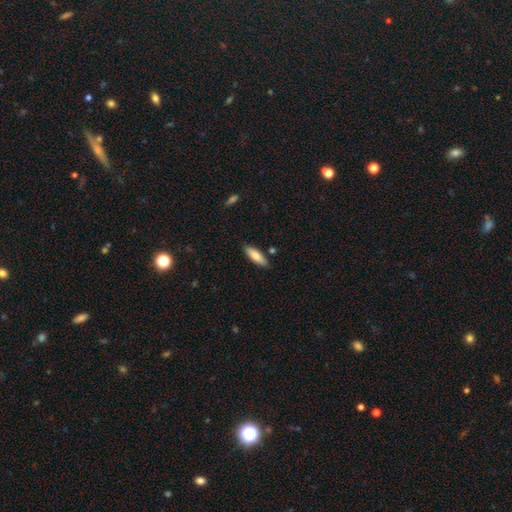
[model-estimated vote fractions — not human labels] Smooth or featured: smooth — 80% (featured or disk — 14%)
How rounded: in between — 57% (cigar-shaped — 41%)
Merging: none — 85% (minor disturbance — 10%)